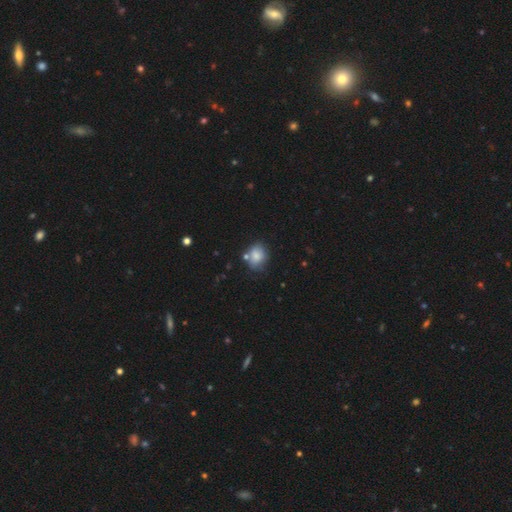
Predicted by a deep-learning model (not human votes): Smooth or featured: smooth — 80% (featured or disk — 11%)
How rounded: in between — 51% (round — 48%)
Merging: none — 61% (minor disturbance — 21%)